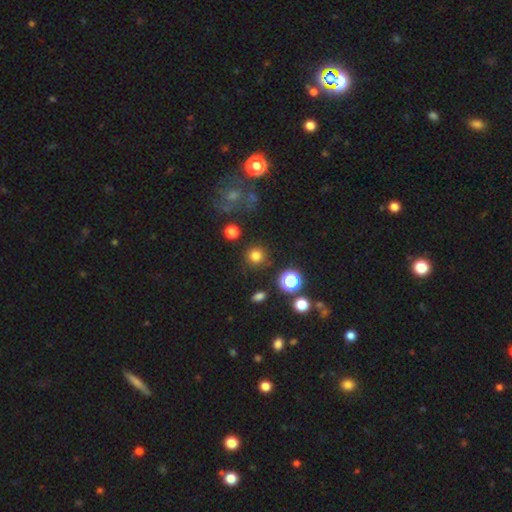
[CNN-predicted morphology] The model was most divided on "smooth or featured": smooth: 78%, star or artifact: 16%, featured or disk: 6%. More confident: how rounded — round (94%); merging — none (88%).